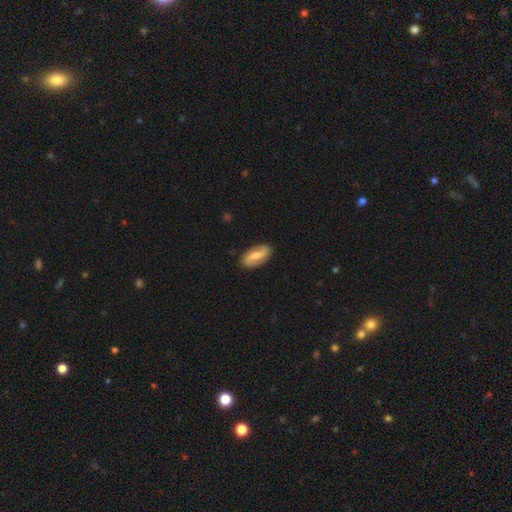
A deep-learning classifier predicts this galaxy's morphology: The model was most divided on "bulge size": moderate: 48%, small: 36%, none: 9%, large: 5%, dominant: 2%. Remaining: edge-on disk — no (94%); spiral arm count — 2 (91%); spiral arms — yes (89%); merging — none (86%); smooth or featured — featured or disk (63%); spiral winding — loose (62%); bar — weak (47%).